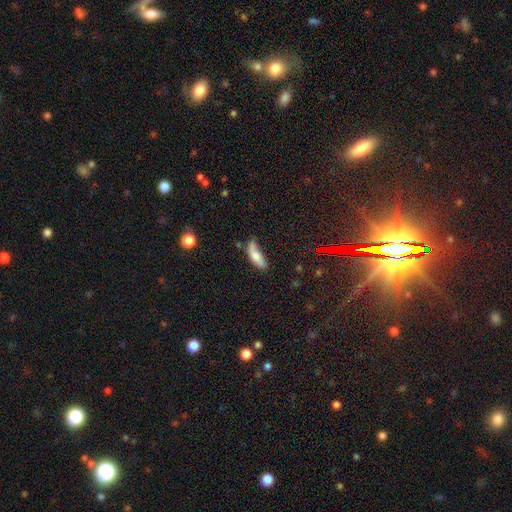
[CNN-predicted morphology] Smooth or featured? smooth (71%)
How rounded? in between (59%)
Merging? none (45%)